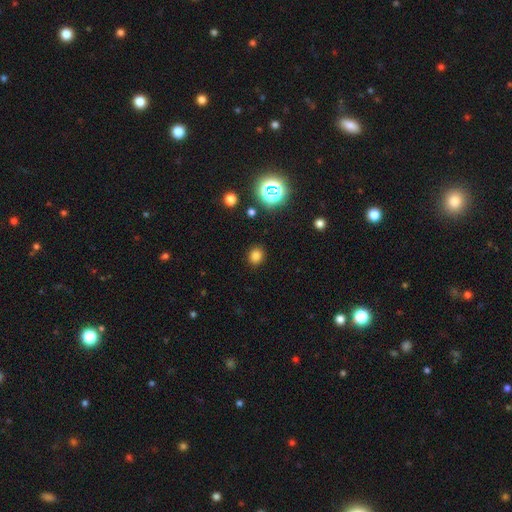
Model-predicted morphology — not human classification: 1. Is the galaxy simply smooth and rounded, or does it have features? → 78% smooth, 17% star or artifact, 5% featured or disk.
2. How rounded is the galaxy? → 72% round, 27% in between, 1% cigar-shaped.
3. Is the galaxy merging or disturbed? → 89% none, 7% minor disturbance, 3% major disturbance, 1% merger.